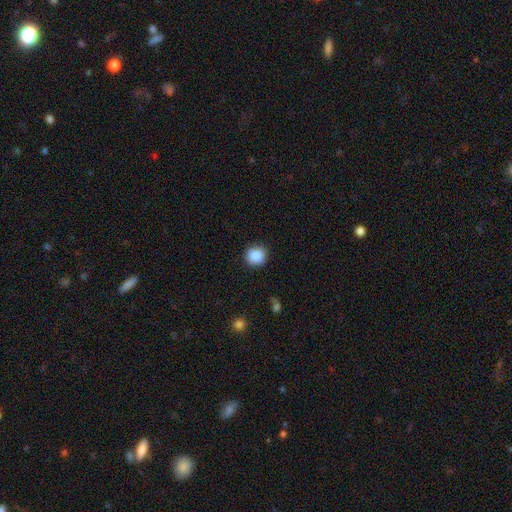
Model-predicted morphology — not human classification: Smooth or featured? Predicted: smooth (p=0.86). How rounded? Predicted: round (p=0.92). Merging? Predicted: none (p=0.88).